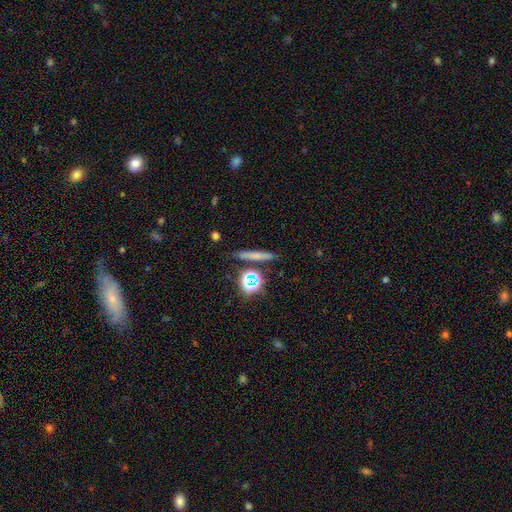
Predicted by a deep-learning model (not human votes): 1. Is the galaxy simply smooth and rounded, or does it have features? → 61% smooth, 21% featured or disk, 18% star or artifact.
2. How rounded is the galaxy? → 80% cigar-shaped, 12% round, 8% in between.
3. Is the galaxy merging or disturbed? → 81% none, 10% minor disturbance, 6% merger, 3% major disturbance.